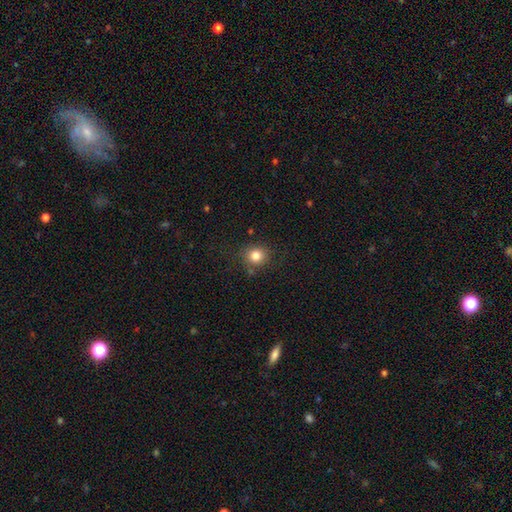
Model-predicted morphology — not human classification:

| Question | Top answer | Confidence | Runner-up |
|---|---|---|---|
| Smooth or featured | smooth | 82% | star or artifact (12%) |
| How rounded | round | 87% | in between (12%) |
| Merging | none | 82% | minor disturbance (11%) |